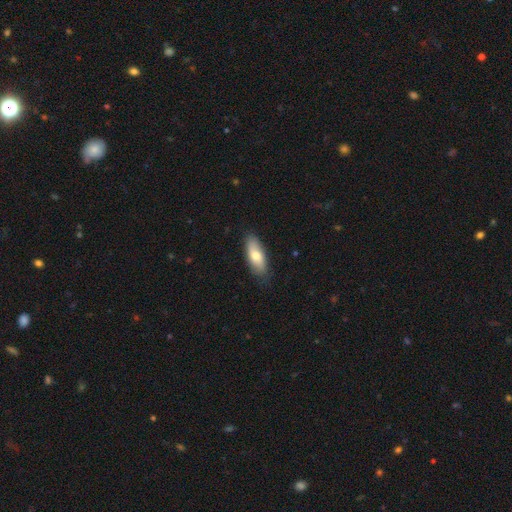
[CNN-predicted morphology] smooth 71%, featured or disk 23%, star or artifact 6%. Down the decision tree: how rounded — in between (76%); merging — none (81%).